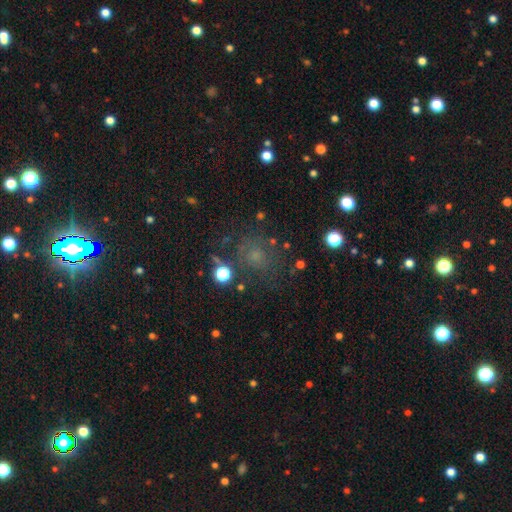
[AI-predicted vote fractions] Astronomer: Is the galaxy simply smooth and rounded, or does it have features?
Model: smooth — 47% (runner-up: star or artifact, 29%).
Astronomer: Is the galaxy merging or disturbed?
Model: none — 68%.